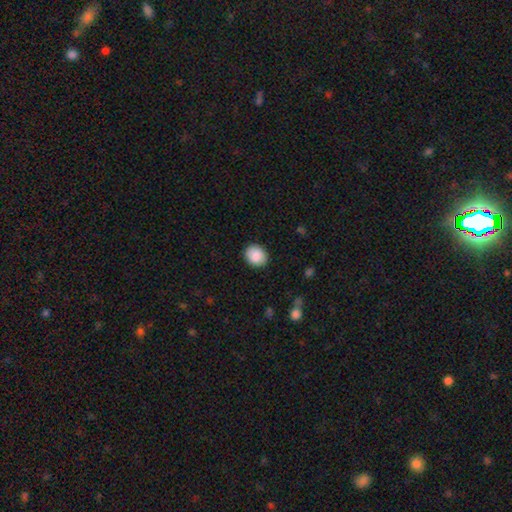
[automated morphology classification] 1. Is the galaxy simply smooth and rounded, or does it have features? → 89% smooth, 7% star or artifact, 4% featured or disk.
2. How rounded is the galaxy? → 57% round, 42% in between, 1% cigar-shaped.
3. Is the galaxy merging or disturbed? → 88% none, 9% minor disturbance, 2% major disturbance, 1% merger.